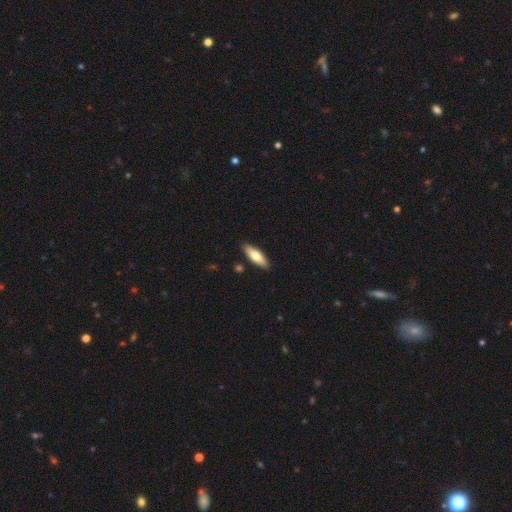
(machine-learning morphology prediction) This is likely a smooth galaxy (73%). How rounded: possibly in between (56%). Merging: clearly none (89%).